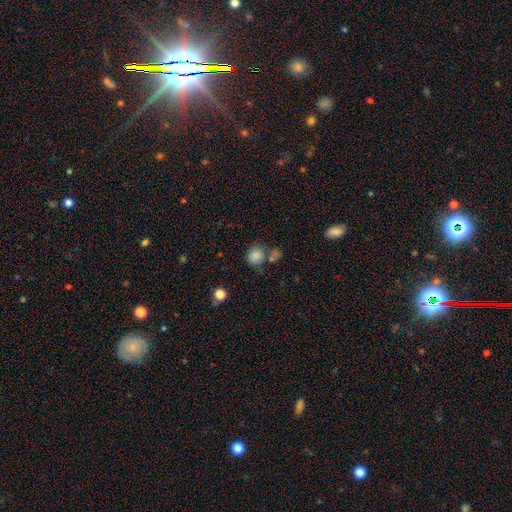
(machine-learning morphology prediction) smooth 82%, star or artifact 11%, featured or disk 7%. Down the decision tree: how rounded — round (74%); merging — none (55%).